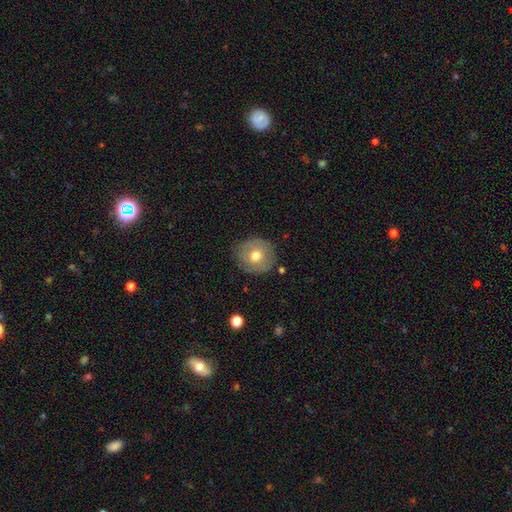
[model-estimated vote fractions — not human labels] smooth_or_featured: smooth (p=0.61) [alt: featured or disk p=0.31]
how_rounded: round (p=0.87) [alt: in between p=0.12]
merging: none (p=0.81) [alt: minor disturbance p=0.13]